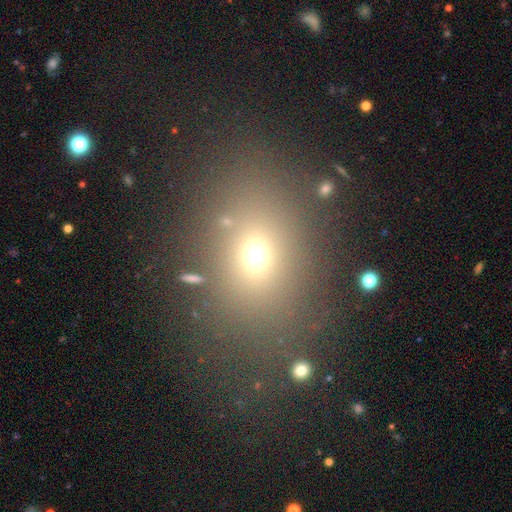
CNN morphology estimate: This is likely a smooth galaxy (65%). How rounded: possibly in between (56%). Merging: likely none (77%).